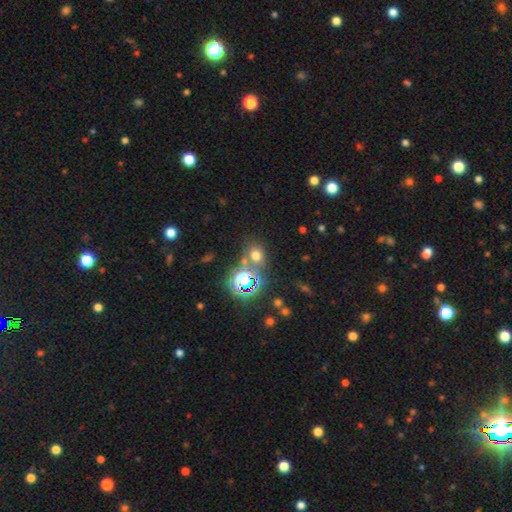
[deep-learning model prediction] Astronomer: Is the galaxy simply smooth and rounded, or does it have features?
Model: smooth — 58%.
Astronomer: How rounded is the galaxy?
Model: round — 66%.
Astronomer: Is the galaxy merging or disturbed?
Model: none — 66%.